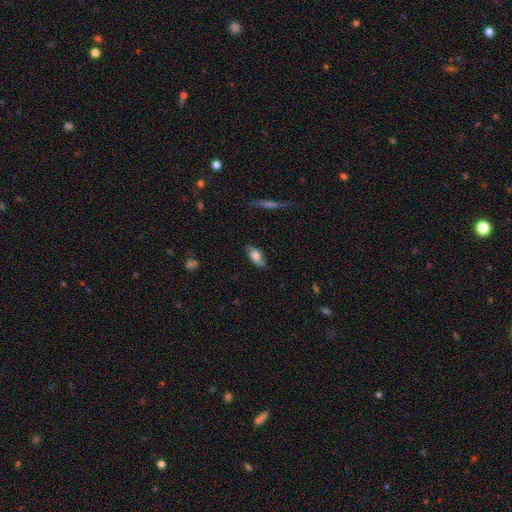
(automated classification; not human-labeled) Smooth or featured?
  - smooth: 56% *
  - featured or disk: 36%
  - star or artifact: 8%
How rounded?
  - in between: 87% *
  - cigar-shaped: 9%
  - round: 4%
Merging?
  - none: 73% *
  - minor disturbance: 20%
  - major disturbance: 5%
  - merger: 2%